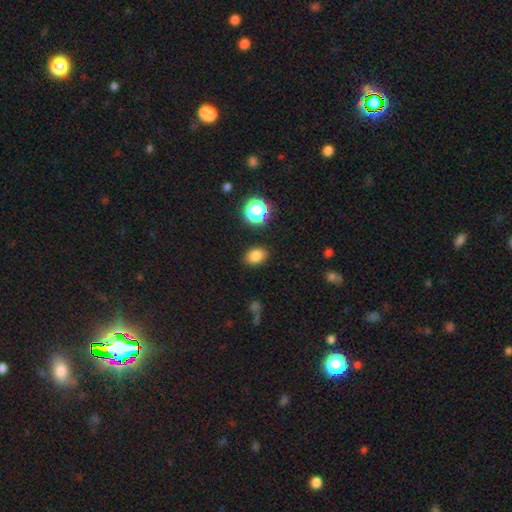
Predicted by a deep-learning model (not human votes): Overall: smooth (81%). How rounded: in between (72%). Merging: none (86%).